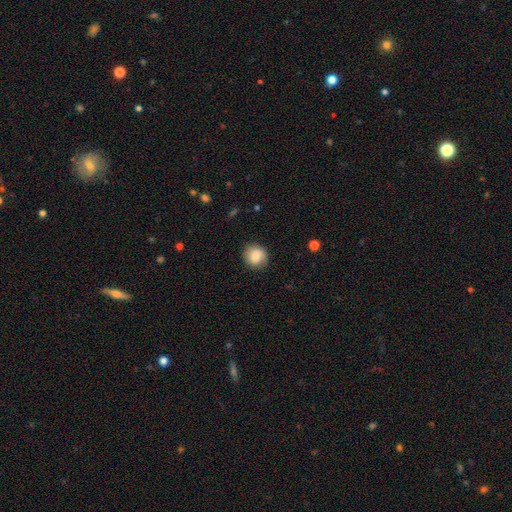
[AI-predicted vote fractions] smooth 81%, featured or disk 11%, star or artifact 8%. Down the decision tree: how rounded — round (84%); merging — none (85%).